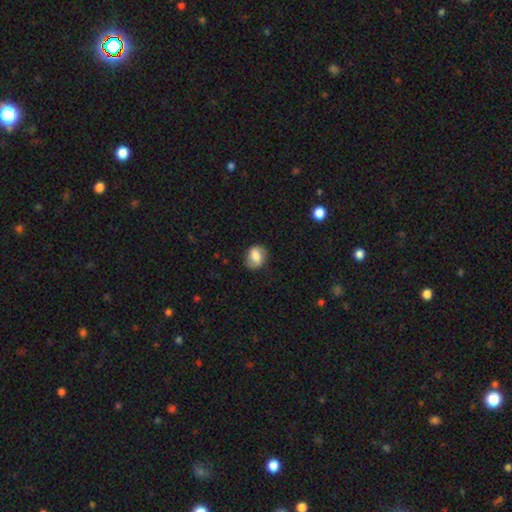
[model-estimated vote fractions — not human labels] Smooth or featured? smooth (64%)
How rounded? in between (50%)
Merging? none (74%)